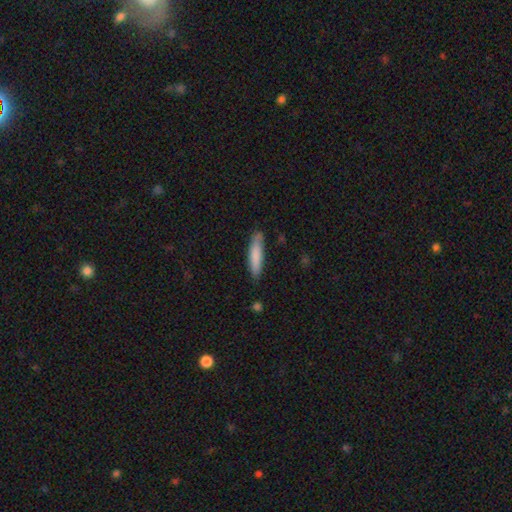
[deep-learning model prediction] Q: Smooth or featured?
A: smooth (81%); runner-up: featured or disk (13%)
Q: How rounded?
A: cigar-shaped (82%); runner-up: in between (17%)
Q: Merging?
A: none (81%); runner-up: minor disturbance (15%)